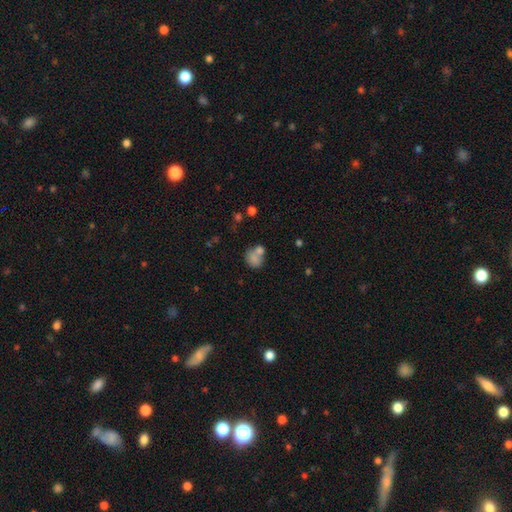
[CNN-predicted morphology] Smooth or featured? smooth (77%)
How rounded? round (63%)
Merging? merger (45%)